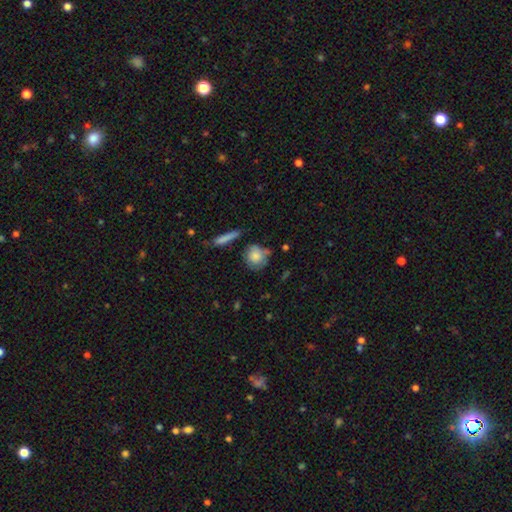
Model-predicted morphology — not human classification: Overall: smooth (77%). How rounded: round (76%). Merging: none (57%; minor disturbance 25%).